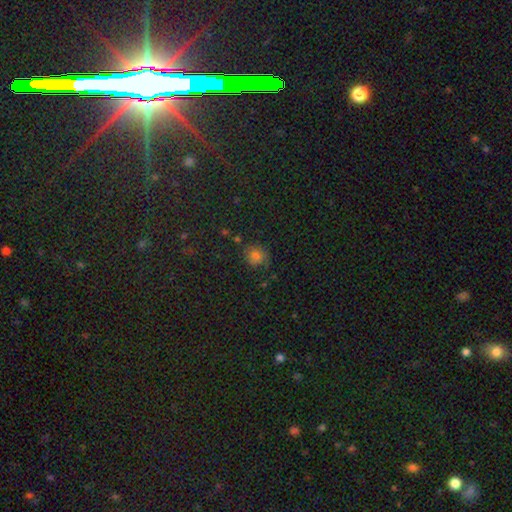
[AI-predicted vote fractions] This appears to be a smooth galaxy with no disk features (73%) that is round (75%). Merging: none (70%).